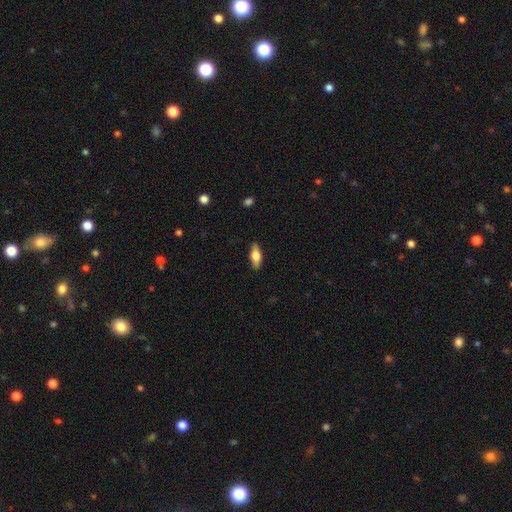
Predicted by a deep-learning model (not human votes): The model was most divided on "smooth or featured": smooth: 60%, featured or disk: 34%, star or artifact: 6%. More confident: merging — none (87%); how rounded — in between (70%).